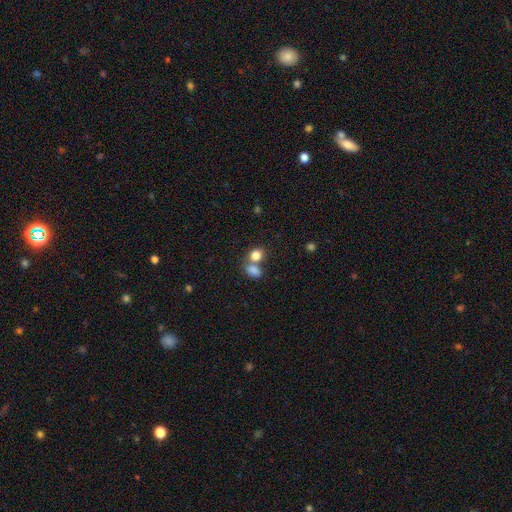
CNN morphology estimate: Q: Smooth or featured?
A: smooth (82%); runner-up: star or artifact (10%)
Q: How rounded?
A: in between (50%); runner-up: round (49%)
Q: Merging?
A: merger (45%); runner-up: none (42%)